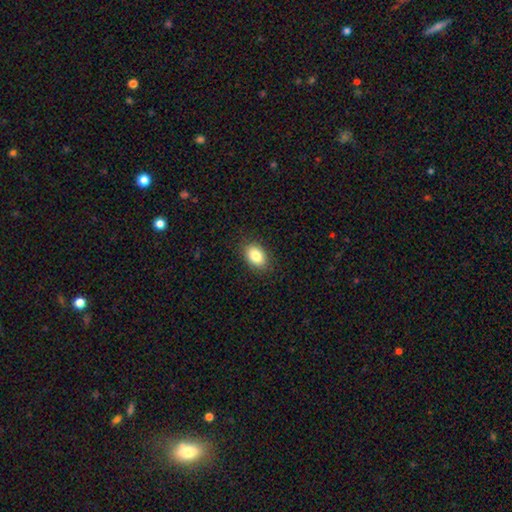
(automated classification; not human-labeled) Smooth or featured? Predicted: smooth (p=0.84). How rounded? Predicted: in between (p=0.83). Merging? Predicted: none (p=0.87).